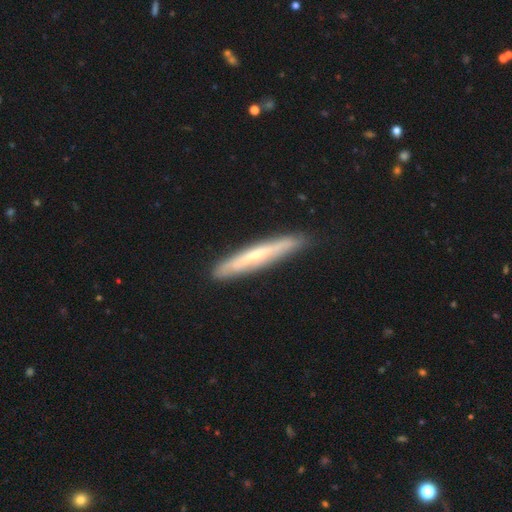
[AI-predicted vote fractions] featured or disk 56%, smooth 38%, star or artifact 6%. Down the decision tree: edge-on disk — yes (85%); merging — none (86%).